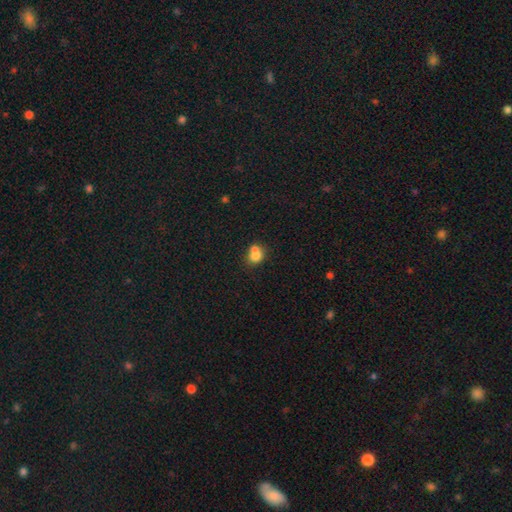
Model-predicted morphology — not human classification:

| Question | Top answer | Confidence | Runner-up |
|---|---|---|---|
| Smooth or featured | smooth | 75% | featured or disk (15%) |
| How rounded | round | 67% | in between (32%) |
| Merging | merger | 56% | none (32%) |